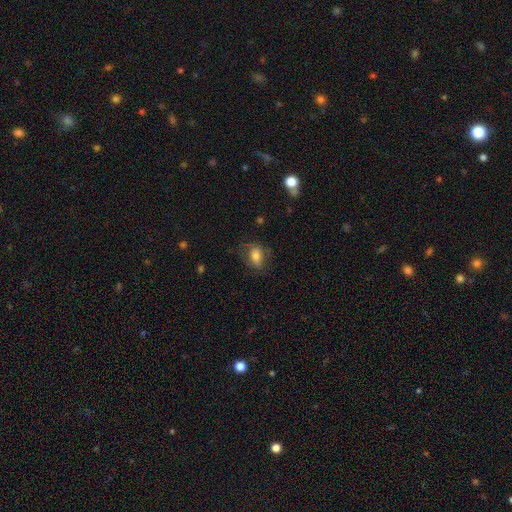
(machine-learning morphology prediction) Smooth or featured? smooth (69%)
How rounded? in between (78%)
Merging? none (62%)